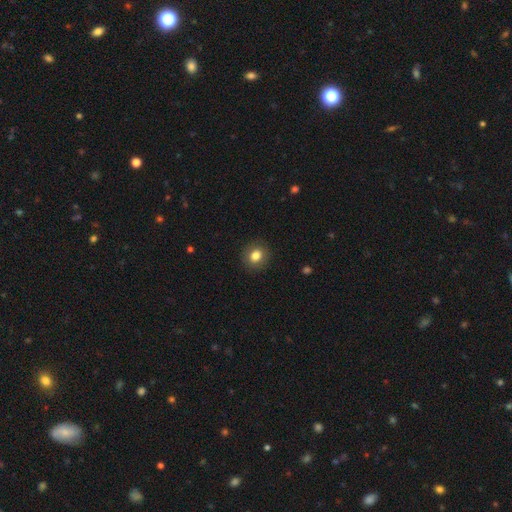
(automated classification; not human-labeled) This appears to be a smooth galaxy with no disk features (82%) that is round (74%). Merging: none (90%).